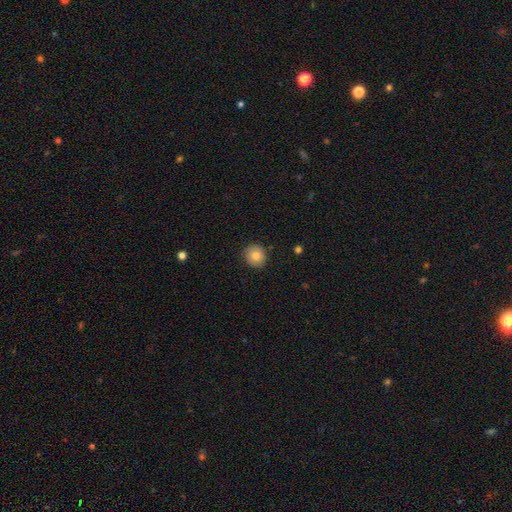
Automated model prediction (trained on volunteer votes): Overall: smooth (81%). How rounded: round (89%). Merging: none (89%).